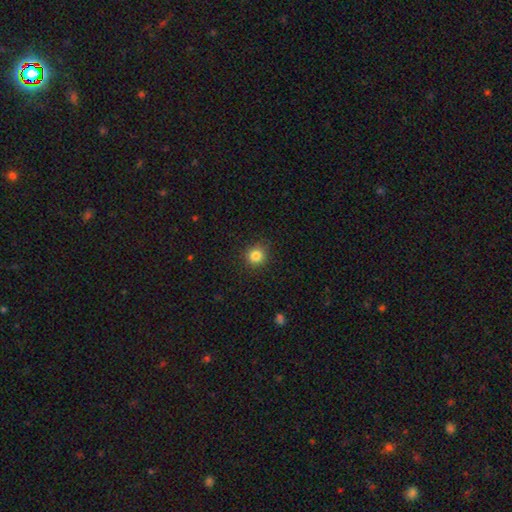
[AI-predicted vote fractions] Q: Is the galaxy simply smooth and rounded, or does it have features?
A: smooth — 84%.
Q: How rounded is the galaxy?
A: round — 92%.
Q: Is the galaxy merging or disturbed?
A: none — 90%.